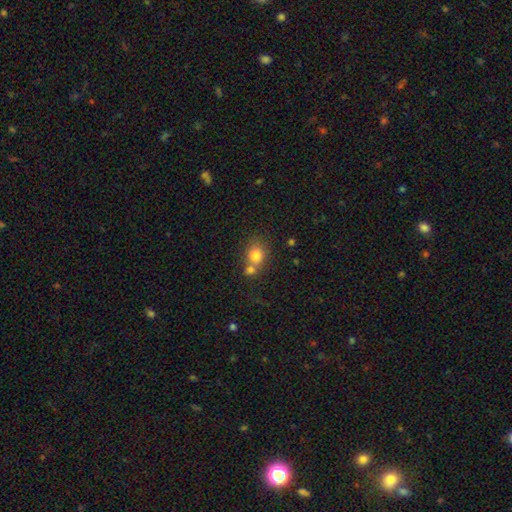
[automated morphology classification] type=smooth (79%); roundness=round (68%); merging=none (43%, tied with merger).